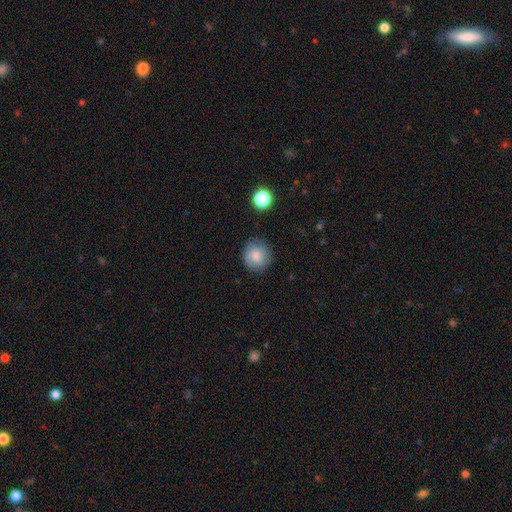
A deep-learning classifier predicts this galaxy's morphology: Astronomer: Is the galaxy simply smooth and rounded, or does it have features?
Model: smooth — 80%.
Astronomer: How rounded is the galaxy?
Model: round — 93%.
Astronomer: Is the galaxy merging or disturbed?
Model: none — 85%.